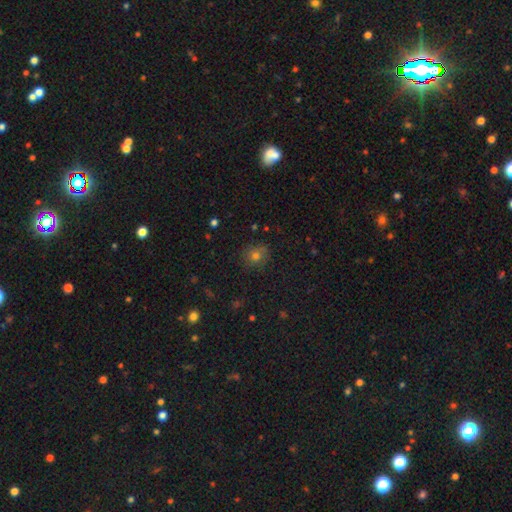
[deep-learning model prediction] Smooth or featured?
  - smooth: 70% *
  - star or artifact: 20%
  - featured or disk: 10%
How rounded?
  - round: 83% *
  - in between: 16%
  - cigar-shaped: 1%
Merging?
  - none: 81% *
  - minor disturbance: 14%
  - major disturbance: 4%
  - merger: 2%